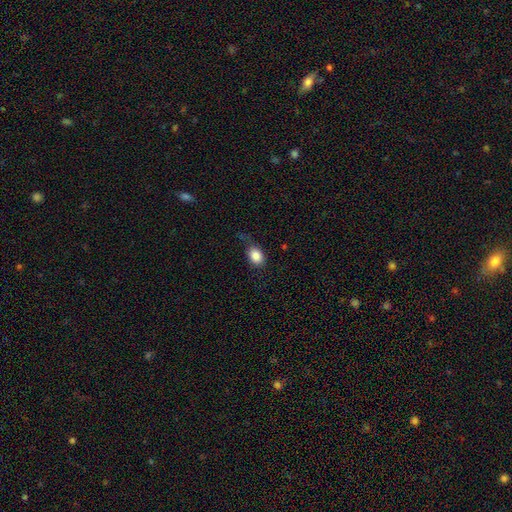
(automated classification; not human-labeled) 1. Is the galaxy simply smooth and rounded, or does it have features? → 85% smooth, 8% star or artifact, 7% featured or disk.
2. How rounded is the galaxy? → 71% in between, 28% round, 1% cigar-shaped.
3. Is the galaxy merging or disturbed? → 60% none, 26% minor disturbance, 11% major disturbance, 3% merger.